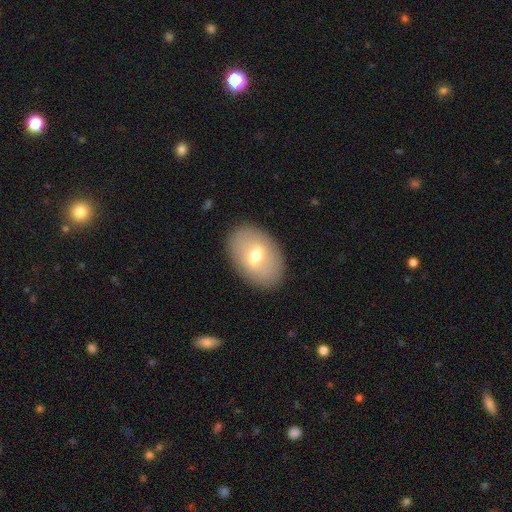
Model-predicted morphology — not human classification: smooth-or-featured: smooth: 59% | featured or disk: 33% | star or artifact: 8%
  how-rounded: in between: 84% | round: 14% | cigar-shaped: 1%
  merging: none: 88% | minor disturbance: 8% | major disturbance: 3% | merger: 1%